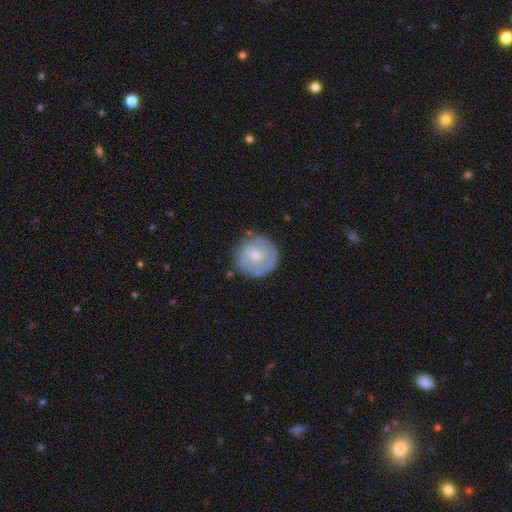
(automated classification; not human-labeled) Smooth or featured?
  - featured or disk: 73% *
  - smooth: 21%
  - star or artifact: 6%
Edge-on disk?
  - no: 98% *
  - yes: 2%
Bar?
  - no: 58% *
  - weak: 37%
  - strong: 5%
Spiral arms?
  - yes: 87% *
  - no: 13%
Spiral winding?
  - tight: 56% *
  - medium: 33%
  - loose: 11%
Spiral arm count?
  - can't tell: 33% *
  - 2: 30%
  - 3: 21%
  - 1: 6%
  - 4: 6%
  - more than 4: 4%
Bulge size?
  - small: 48% *
  - moderate: 47%
  - none: 2%
  - large: 2%
  - dominant: 1%
Merging?
  - none: 74% *
  - minor disturbance: 17%
  - major disturbance: 6%
  - merger: 2%